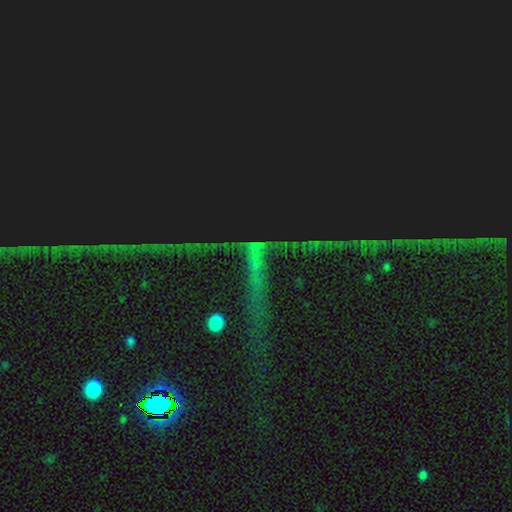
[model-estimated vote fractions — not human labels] Morphology: type=star or artifact (68%).